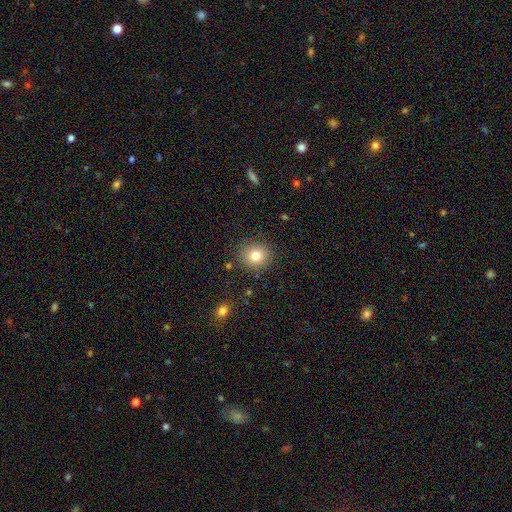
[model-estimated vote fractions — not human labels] This appears to be a smooth galaxy with no disk features (79%) that is round (81%). Merging: none (87%).